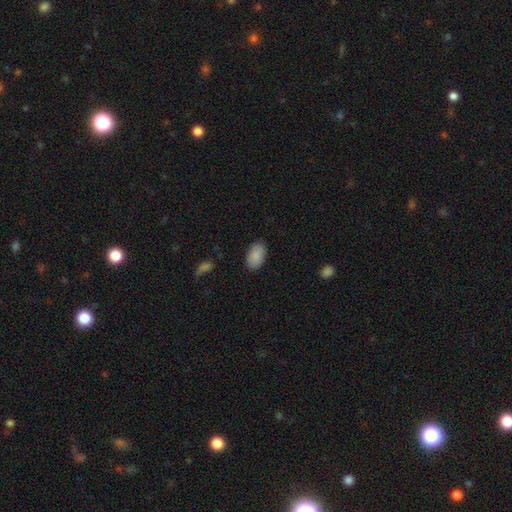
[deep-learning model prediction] This is clearly a smooth galaxy (90%). How rounded: clearly in between (94%). Merging: clearly none (87%).